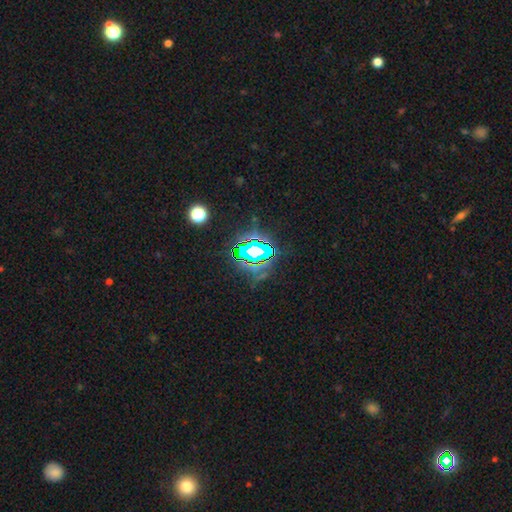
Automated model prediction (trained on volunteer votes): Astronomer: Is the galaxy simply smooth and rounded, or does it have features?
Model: star or artifact — 71%.